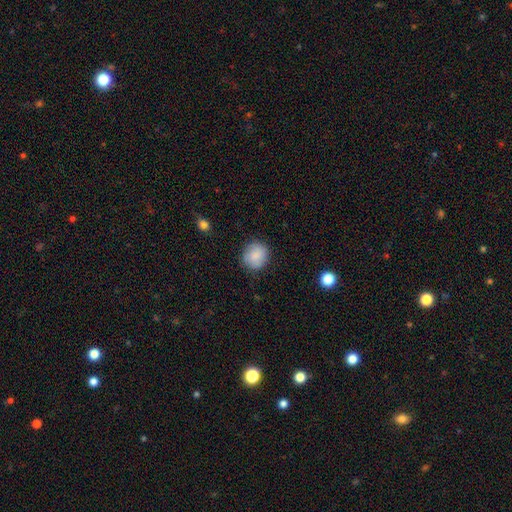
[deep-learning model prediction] Smooth or featured? Predicted: smooth (p=0.85). How rounded? Predicted: round (p=0.86). Merging? Predicted: none (p=0.84).